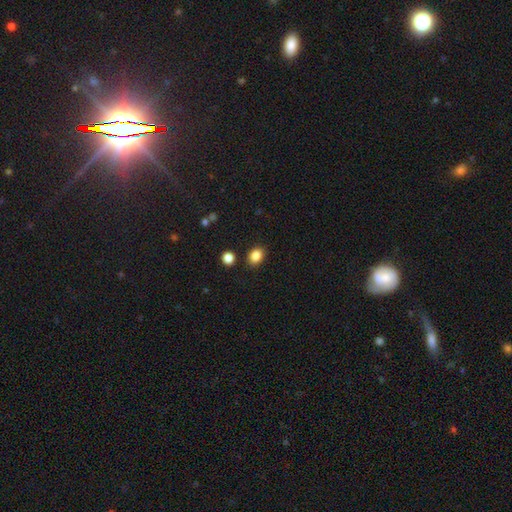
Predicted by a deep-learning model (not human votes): Smooth or featured: smooth — 86% (star or artifact — 10%)
How rounded: in between — 61% (round — 38%)
Merging: none — 86% (minor disturbance — 9%)